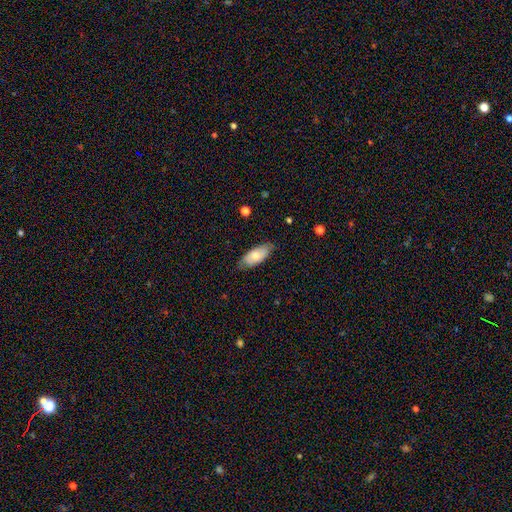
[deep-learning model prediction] Overall: smooth (74%). How rounded: in between (87%). Merging: none (79%).